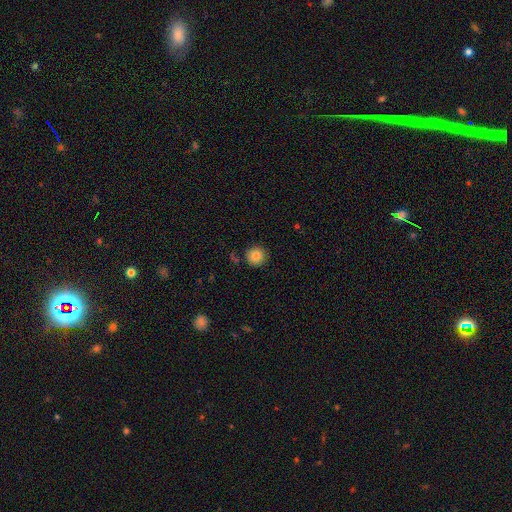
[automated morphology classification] Smooth or featured?
  - smooth: 82% *
  - star or artifact: 10%
  - featured or disk: 7%
How rounded?
  - round: 94% *
  - in between: 6%
  - cigar-shaped: 1%
Merging?
  - none: 85% *
  - minor disturbance: 10%
  - merger: 3%
  - major disturbance: 2%